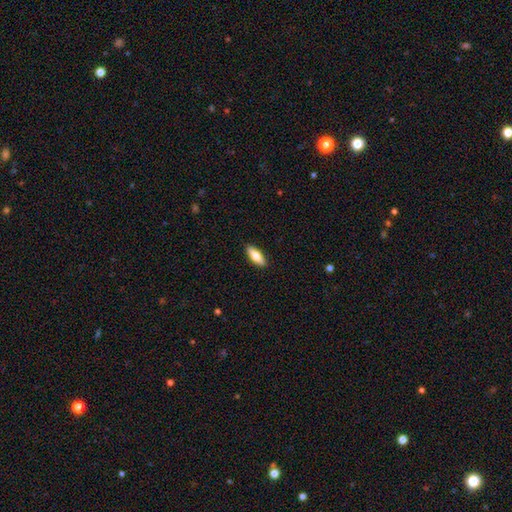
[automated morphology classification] Smooth or featured? smooth (66%)
How rounded? in between (63%)
Merging? none (90%)